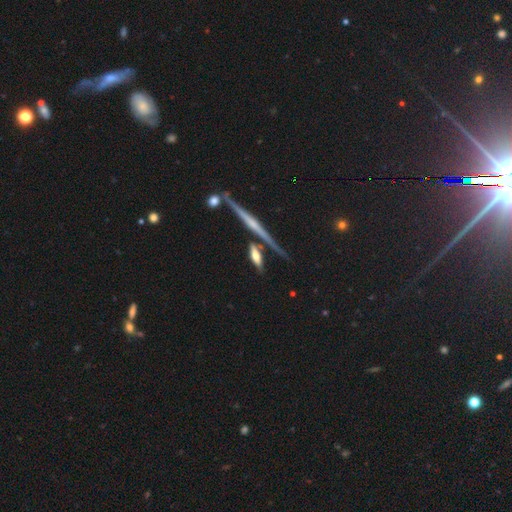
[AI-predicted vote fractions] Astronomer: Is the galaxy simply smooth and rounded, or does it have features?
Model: smooth — 54% (runner-up: featured or disk, 38%).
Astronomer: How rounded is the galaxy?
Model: in between — 54% (runner-up: cigar-shaped, 40%).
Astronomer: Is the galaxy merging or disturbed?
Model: none — 70%.